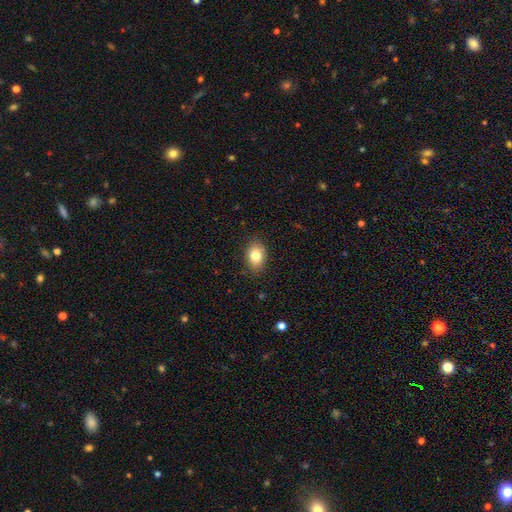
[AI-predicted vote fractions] Q: Smooth or featured?
A: smooth (82%); runner-up: featured or disk (9%)
Q: How rounded?
A: in between (82%); runner-up: round (17%)
Q: Merging?
A: none (85%); runner-up: minor disturbance (11%)